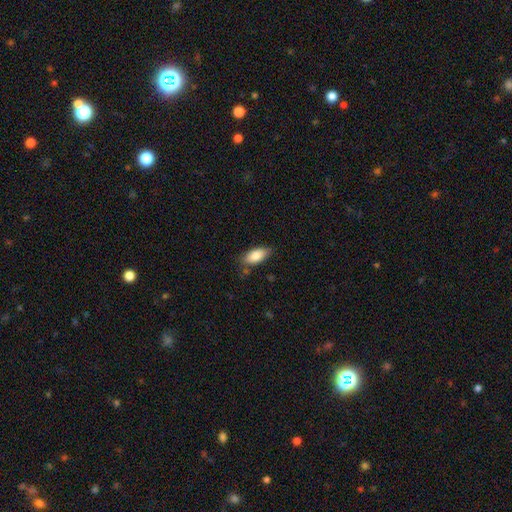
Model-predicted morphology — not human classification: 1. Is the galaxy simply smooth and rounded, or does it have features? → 84% smooth, 10% featured or disk, 7% star or artifact.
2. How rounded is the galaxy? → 87% in between, 11% cigar-shaped, 3% round.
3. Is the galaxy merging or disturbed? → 77% none, 17% minor disturbance, 3% major disturbance, 2% merger.